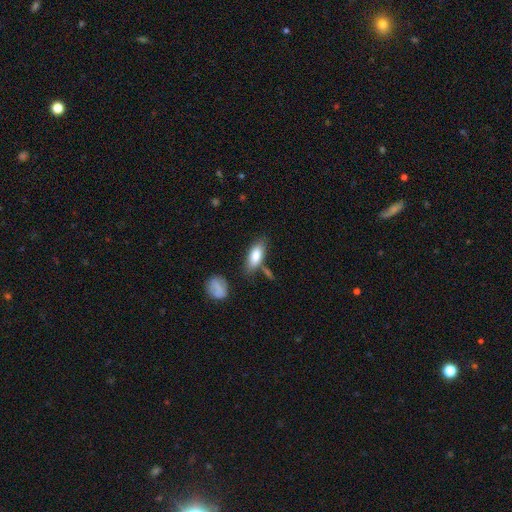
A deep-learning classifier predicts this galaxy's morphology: smooth_or_featured: smooth (p=0.80) [alt: featured or disk p=0.13]
how_rounded: in between (p=0.82) [alt: cigar-shaped p=0.15]
merging: none (p=0.65) [alt: minor disturbance p=0.19]